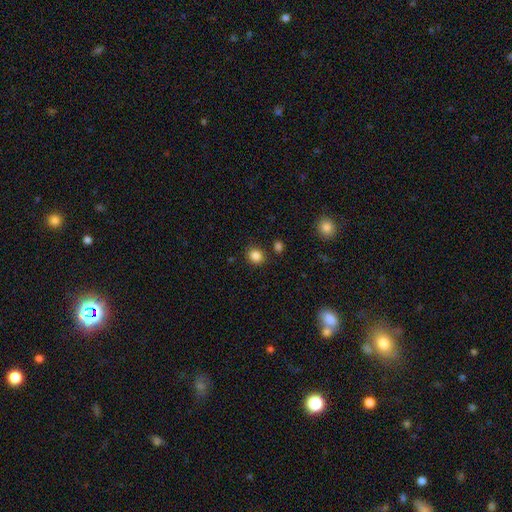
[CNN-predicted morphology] smooth-or-featured: smooth: 85% | star or artifact: 11% | featured or disk: 4%
  how-rounded: round: 80% | in between: 19% | cigar-shaped: 1%
  merging: none: 84% | minor disturbance: 9% | merger: 4% | major disturbance: 3%